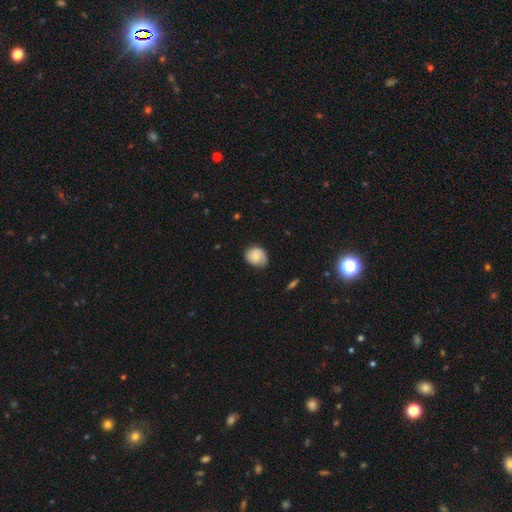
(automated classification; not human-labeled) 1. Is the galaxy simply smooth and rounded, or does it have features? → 63% smooth, 29% featured or disk, 8% star or artifact.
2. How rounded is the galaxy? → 73% round, 26% in between, 1% cigar-shaped.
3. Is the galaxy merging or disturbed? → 66% none, 26% minor disturbance, 7% major disturbance, 1% merger.